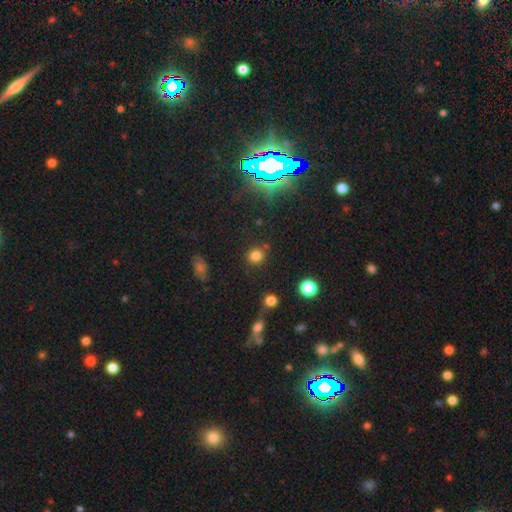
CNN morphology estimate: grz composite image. It shows a smooth galaxy with no disk features (77%) that is round (86%). Merging: none (81%).